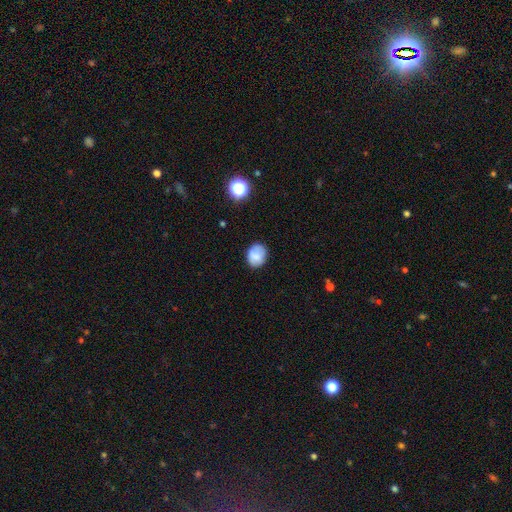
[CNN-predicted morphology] Smooth or featured: smooth — 78% (featured or disk — 13%)
How rounded: round — 57% (in between — 42%)
Merging: none — 76% (minor disturbance — 18%)